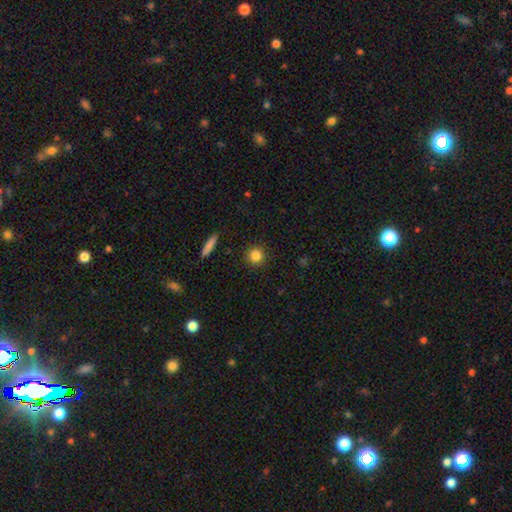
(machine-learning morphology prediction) Smooth or featured: smooth — 84% (star or artifact — 11%)
How rounded: round — 93% (in between — 6%)
Merging: none — 91% (minor disturbance — 6%)